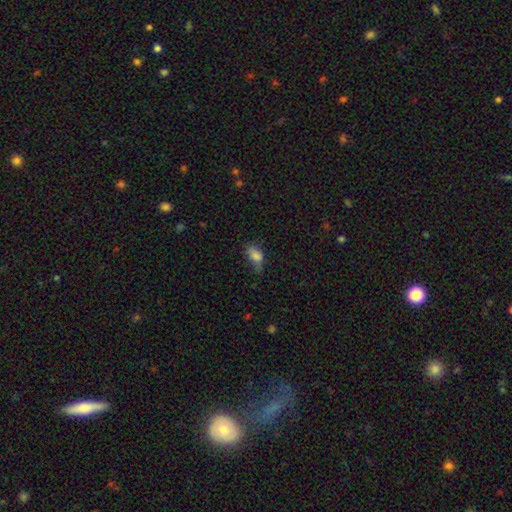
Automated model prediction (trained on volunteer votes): smooth 79%, featured or disk 11%, star or artifact 10%. Down the decision tree: how rounded — in between (86%); merging — none (44%).